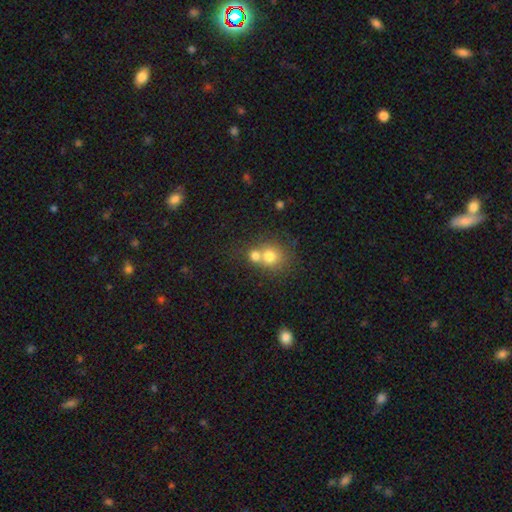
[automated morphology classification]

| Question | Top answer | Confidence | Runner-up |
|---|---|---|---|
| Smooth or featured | smooth | 63% | star or artifact (26%) |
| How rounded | round | 81% | in between (18%) |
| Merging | none | 53% | merger (36%) |